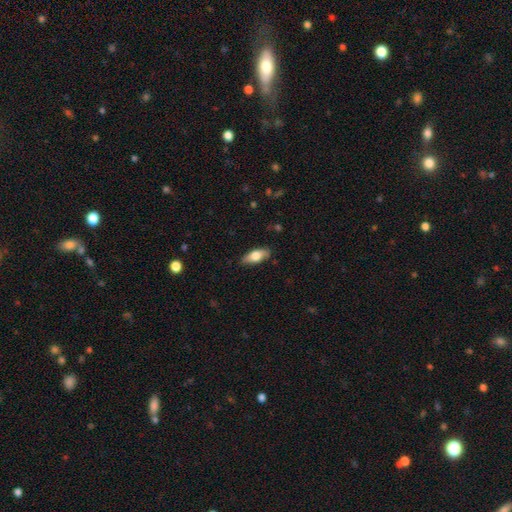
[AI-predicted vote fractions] Smooth or featured? Predicted: smooth (p=0.72). How rounded? Predicted: in between (p=0.80). Merging? Predicted: none (p=0.85).